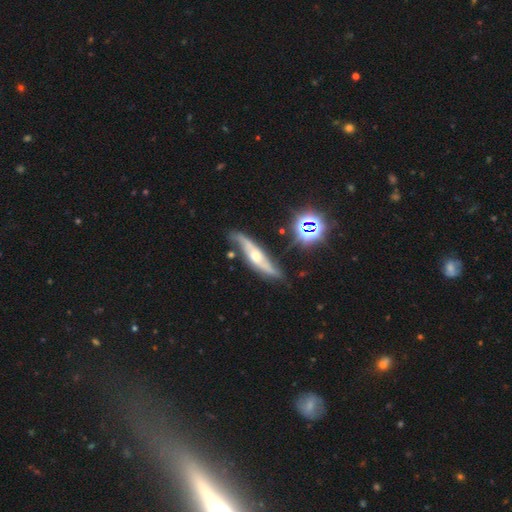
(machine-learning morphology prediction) featured or disk 72%, smooth 18%, star or artifact 10%. Down the decision tree: edge-on disk — yes (51%); merging — none (67%).